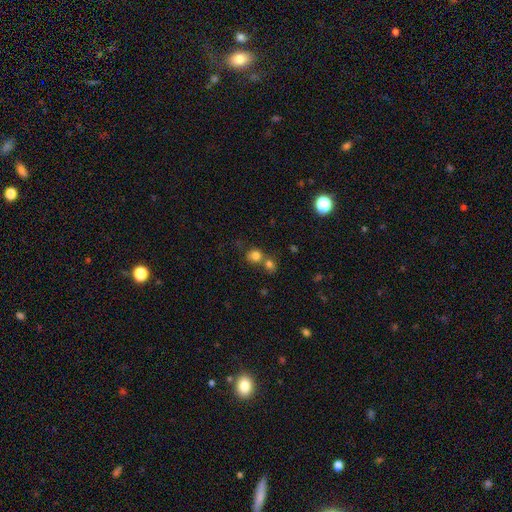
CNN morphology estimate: This is likely a smooth galaxy (78%). How rounded: clearly round (81%). Merging: possibly none (50%).